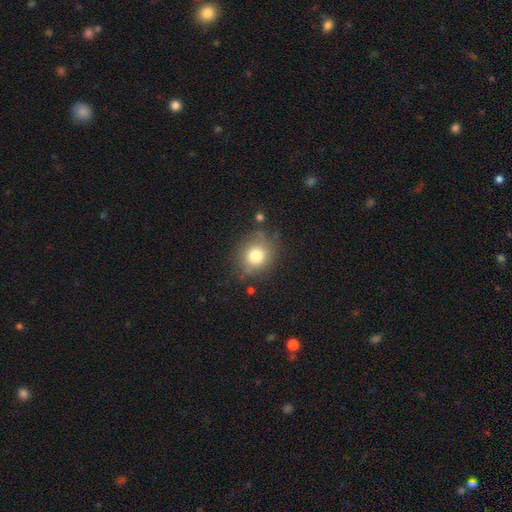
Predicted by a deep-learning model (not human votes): Smooth or featured: smooth — 78% (star or artifact — 11%)
How rounded: round — 77% (in between — 22%)
Merging: none — 75% (minor disturbance — 16%)